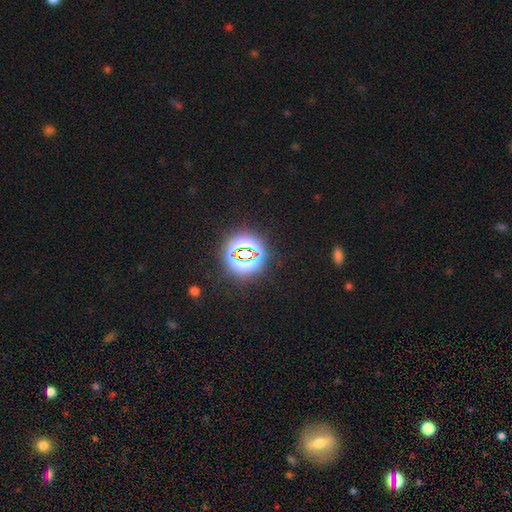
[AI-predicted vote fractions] Morphology: type=star or artifact (79%).